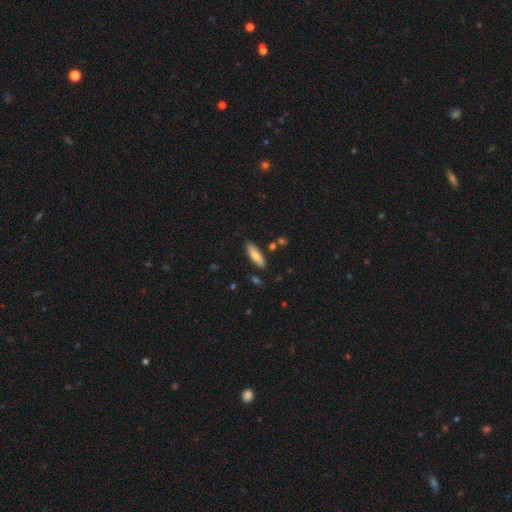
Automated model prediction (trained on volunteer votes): Smooth or featured: smooth — 78% (featured or disk — 16%)
How rounded: in between — 51% (cigar-shaped — 47%)
Merging: none — 84% (minor disturbance — 10%)